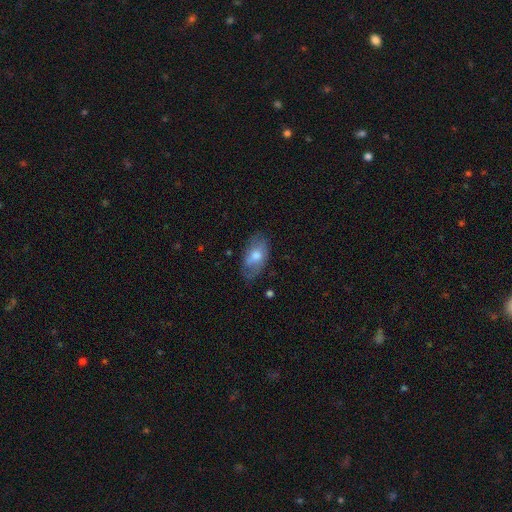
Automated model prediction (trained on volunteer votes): Q: Smooth or featured?
A: smooth (60%); runner-up: featured or disk (33%)
Q: How rounded?
A: in between (92%); runner-up: round (5%)
Q: Merging?
A: none (66%); runner-up: minor disturbance (25%)